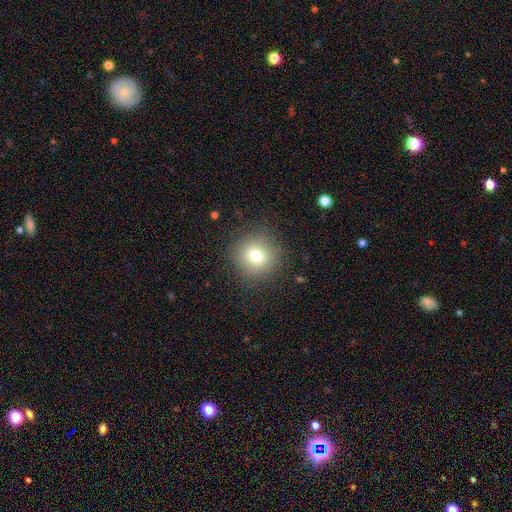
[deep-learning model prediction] A smooth galaxy with no disk features (77%) that is round (93%). Merging: none (88%).